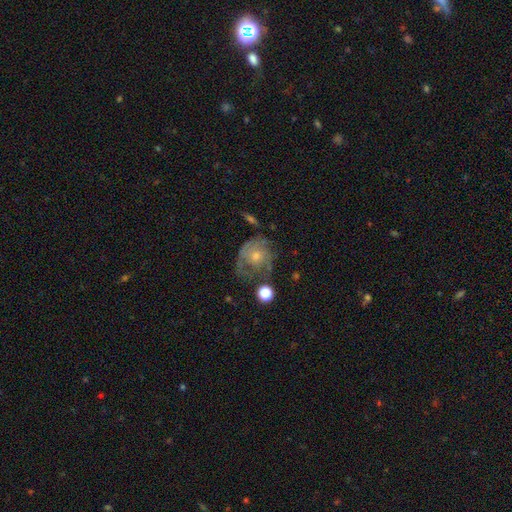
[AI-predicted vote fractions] Smooth or featured: featured or disk — 60% (smooth — 29%)
Edge-on disk: no — 97% (yes — 3%)
Bar: no — 83% (weak — 14%)
Spiral arms: yes — 64% (no — 36%)
Bulge size: small — 48% (moderate — 44%)
Merging: none — 46% (major disturbance — 24%)